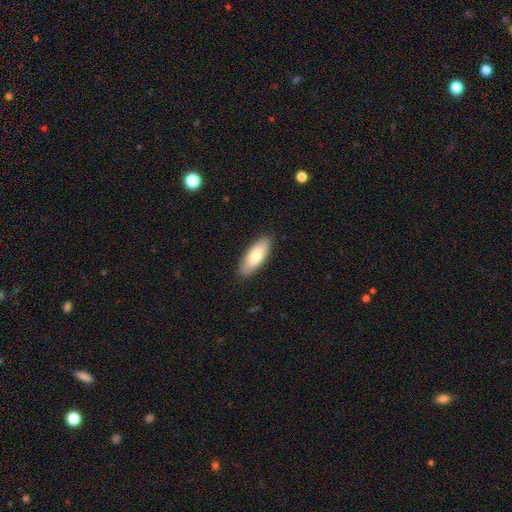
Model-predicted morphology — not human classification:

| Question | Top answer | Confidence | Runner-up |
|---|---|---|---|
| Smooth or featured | smooth | 79% | featured or disk (15%) |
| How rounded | in between | 74% | cigar-shaped (25%) |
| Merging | none | 88% | minor disturbance (9%) |